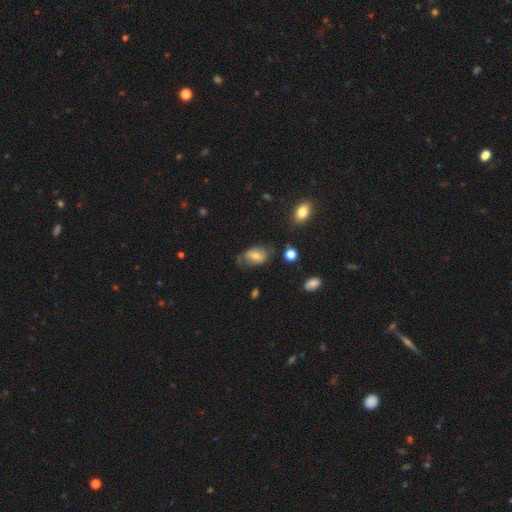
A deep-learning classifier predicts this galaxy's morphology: smooth-or-featured: smooth: 54% | featured or disk: 37% | star or artifact: 9%
  how-rounded: in between: 83% | round: 15% | cigar-shaped: 2%
  merging: none: 55% | minor disturbance: 29% | major disturbance: 14% | merger: 2%